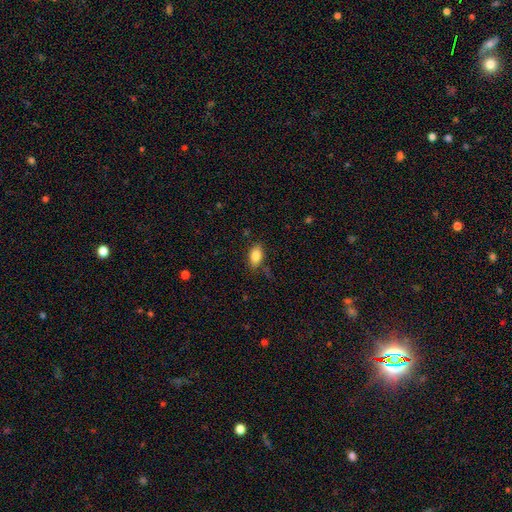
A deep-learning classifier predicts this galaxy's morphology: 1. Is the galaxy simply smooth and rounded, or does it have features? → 85% smooth, 8% star or artifact, 7% featured or disk.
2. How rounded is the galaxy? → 90% in between, 6% round, 4% cigar-shaped.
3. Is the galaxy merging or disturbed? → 80% none, 14% minor disturbance, 4% major disturbance, 2% merger.